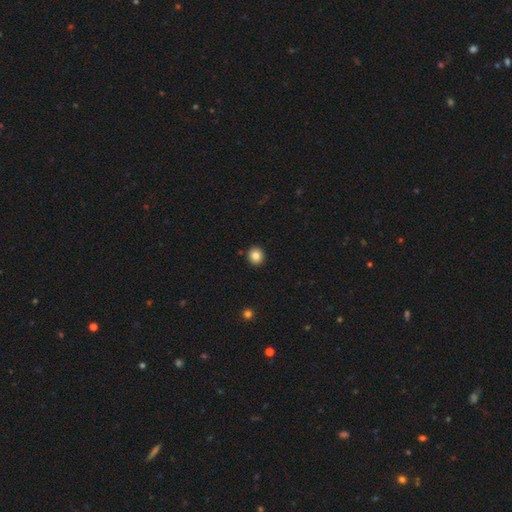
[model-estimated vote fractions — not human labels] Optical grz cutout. It shows a smooth galaxy with no disk features (84%) that is round (85%). Merging: none (92%).